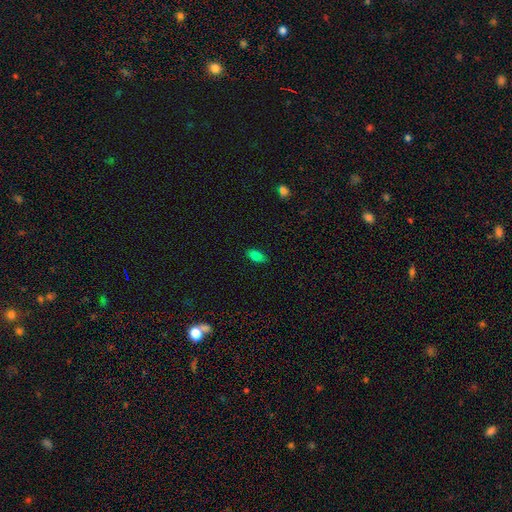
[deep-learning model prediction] Overall: smooth (82%). How rounded: in between (90%). Merging: none (85%).